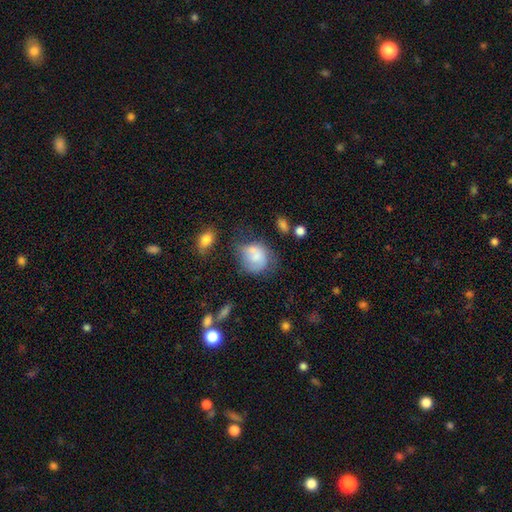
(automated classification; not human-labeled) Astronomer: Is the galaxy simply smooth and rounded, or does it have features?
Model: smooth — 68%.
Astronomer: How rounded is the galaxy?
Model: round — 63%.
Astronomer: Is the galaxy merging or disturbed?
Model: none — 36% (runner-up: minor disturbance, 29%).